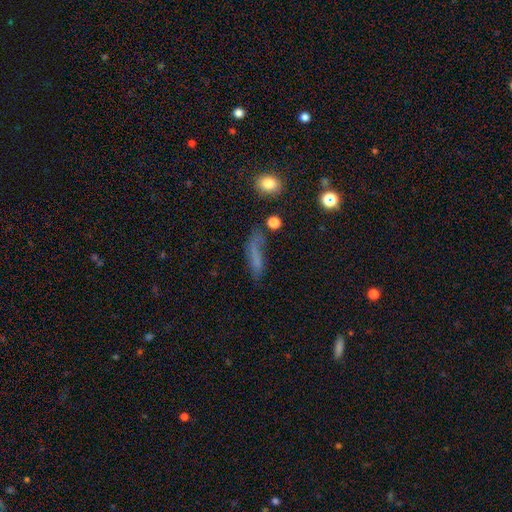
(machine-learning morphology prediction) Smooth or featured? Predicted: smooth (p=0.56). How rounded? Predicted: cigar-shaped (p=0.65). Merging? Predicted: none (p=0.45).